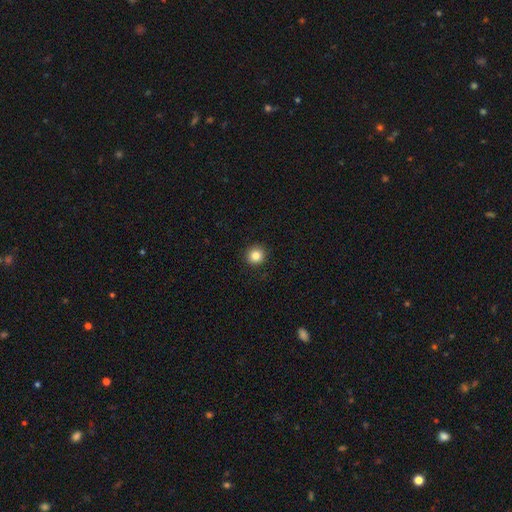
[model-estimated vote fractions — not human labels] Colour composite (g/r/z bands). It shows a smooth galaxy with no disk features (84%) that is round (94%). Merging: none (92%).